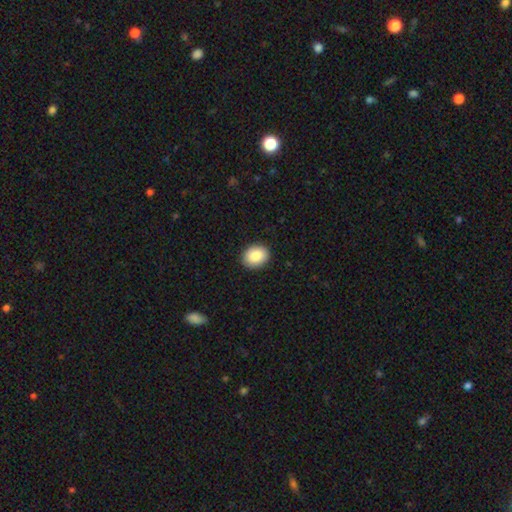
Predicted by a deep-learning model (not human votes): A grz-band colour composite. It shows a smooth galaxy with no disk features (88%) that is in between round and cigar-shaped (53%). Merging: none (91%).